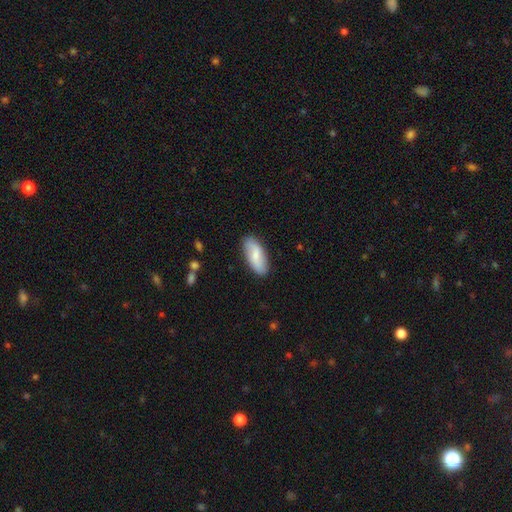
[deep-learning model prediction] smooth_or_featured: smooth (p=0.67) [alt: featured or disk p=0.27]
how_rounded: in between (p=0.84) [alt: cigar-shaped p=0.14]
merging: none (p=0.86) [alt: minor disturbance p=0.11]